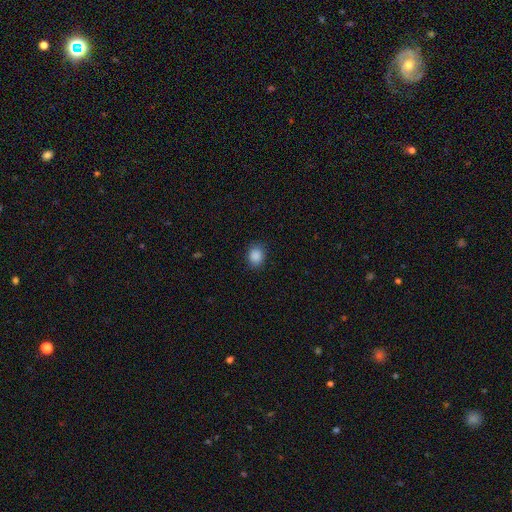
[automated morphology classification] type=smooth (88%); roundness=round (60%); merging=none (86%).